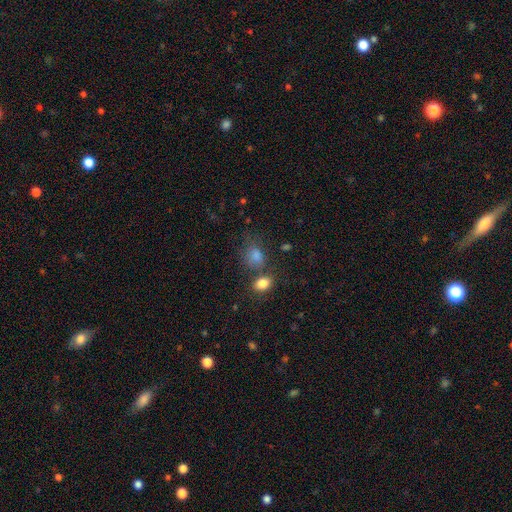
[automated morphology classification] A smooth galaxy with no disk features (78%) that is in between round and cigar-shaped (60%).

Vote fractions:
- Smooth or featured? smooth: 78% / star or artifact: 14% / featured or disk: 8%
- How rounded? in between: 60% / round: 39% / cigar-shaped: 1%
- Merging? none: 55% / merger: 21% / minor disturbance: 17% / major disturbance: 7%